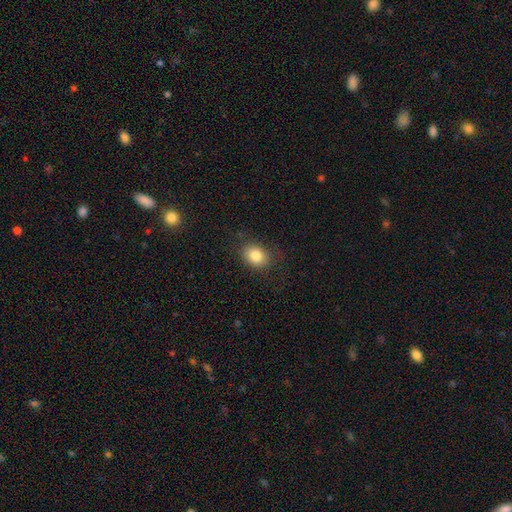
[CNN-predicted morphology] Smooth or featured? Predicted: smooth (p=0.83). How rounded? Predicted: in between (p=0.59). Merging? Predicted: none (p=0.81).